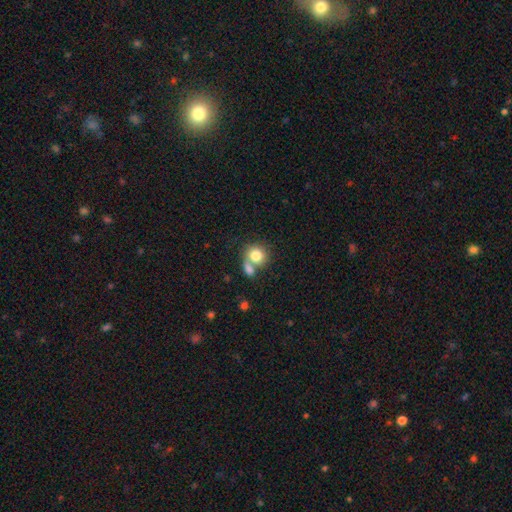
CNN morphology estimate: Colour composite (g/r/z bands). It shows a smooth galaxy with no disk features (80%) that is round (79%). Merging: merger (43%, tied with none).